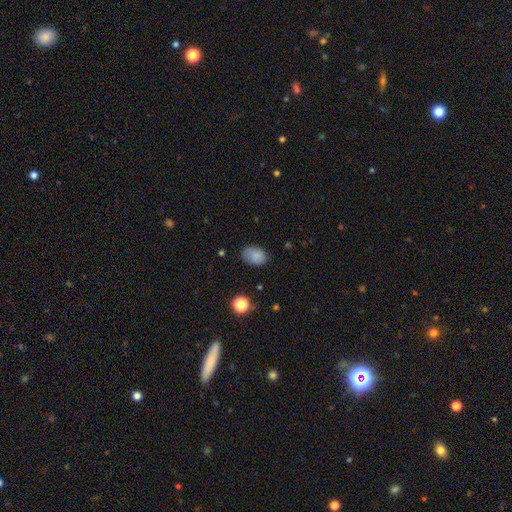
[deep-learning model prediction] This appears to be a smooth galaxy with no disk features (85%) that is in between round and cigar-shaped (75%). Merging: none (77%).